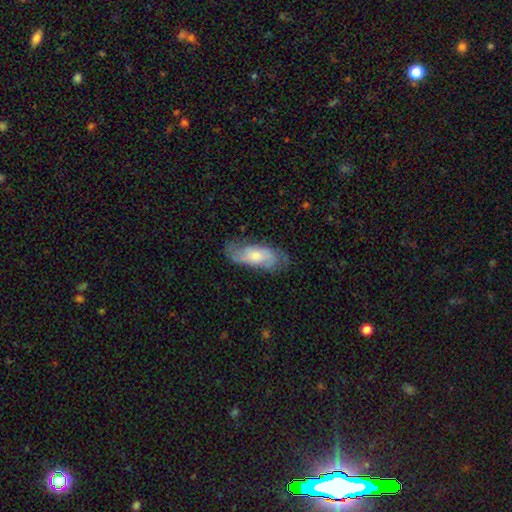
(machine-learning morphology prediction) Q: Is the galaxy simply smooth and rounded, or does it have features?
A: featured or disk — 54%.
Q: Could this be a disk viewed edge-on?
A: no — 87%.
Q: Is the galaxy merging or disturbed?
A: none — 63%.